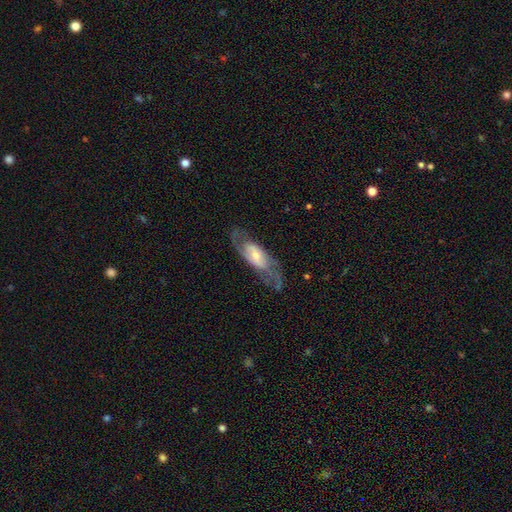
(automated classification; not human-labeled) smooth-or-featured: featured or disk: 75% | smooth: 20% | star or artifact: 5%
  disk-edge-on: no: 86% | yes: 14%
    bar: no: 51% | weak: 36% | strong: 13%
    has-spiral-arms: yes: 83% | no: 17%
      spiral-winding: medium: 45% | loose: 30% | tight: 25%
      spiral-arm-count: 2: 75% | can't tell: 16% | 1: 4% | 3: 3% | 4: 1% | more than 4: 1%
    bulge-size: moderate: 49% | small: 42% | large: 6% | none: 2% | dominant: 1%
  merging: none: 64% | minor disturbance: 19% | major disturbance: 15% | merger: 2%